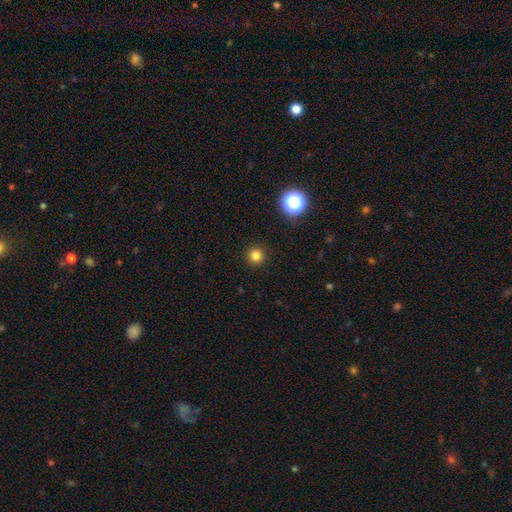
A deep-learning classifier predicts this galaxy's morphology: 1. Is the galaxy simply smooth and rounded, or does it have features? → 81% smooth, 15% star or artifact, 4% featured or disk.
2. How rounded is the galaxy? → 96% round, 3% in between, 1% cigar-shaped.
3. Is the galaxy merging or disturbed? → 93% none, 5% minor disturbance, 2% major disturbance, 1% merger.